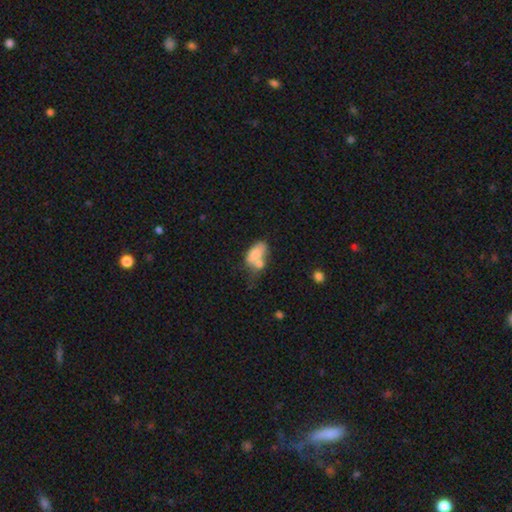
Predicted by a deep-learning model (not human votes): The model was most divided on "merging": merger: 46%, none: 25%, minor disturbance: 17%, major disturbance: 12%. More confident: how rounded — in between (89%); smooth or featured — smooth (74%).